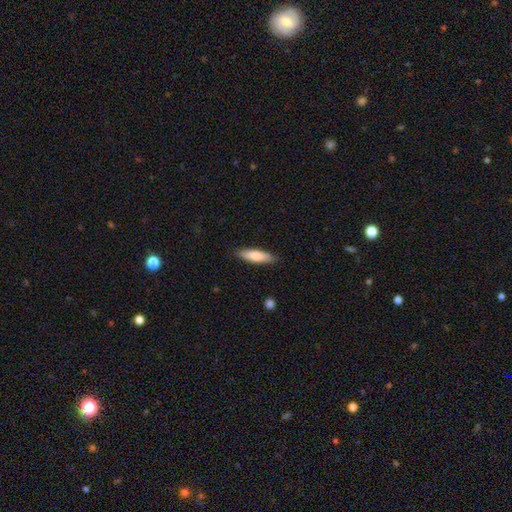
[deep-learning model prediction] A smooth galaxy with no disk features (77%) that is cigar-shaped (60%).

Vote fractions:
- Smooth or featured? smooth: 77% / featured or disk: 18% / star or artifact: 5%
- How rounded? cigar-shaped: 60% / in between: 38% / round: 2%
- Merging? none: 87% / minor disturbance: 10% / major disturbance: 2% / merger: 1%